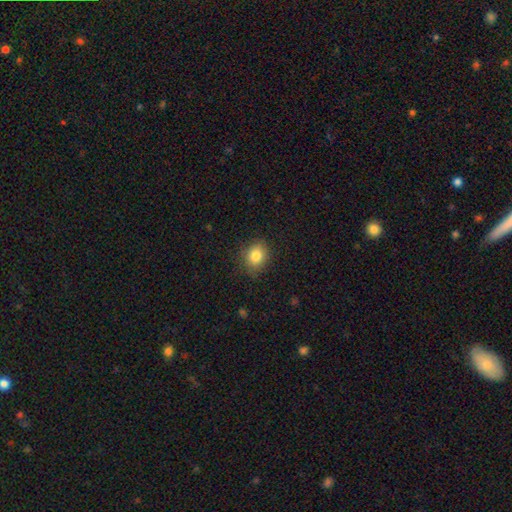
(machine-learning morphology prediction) smooth-or-featured: smooth: 83% | star or artifact: 10% | featured or disk: 7%
  how-rounded: round: 60% | in between: 39% | cigar-shaped: 1%
  merging: none: 83% | minor disturbance: 13% | major disturbance: 3% | merger: 1%